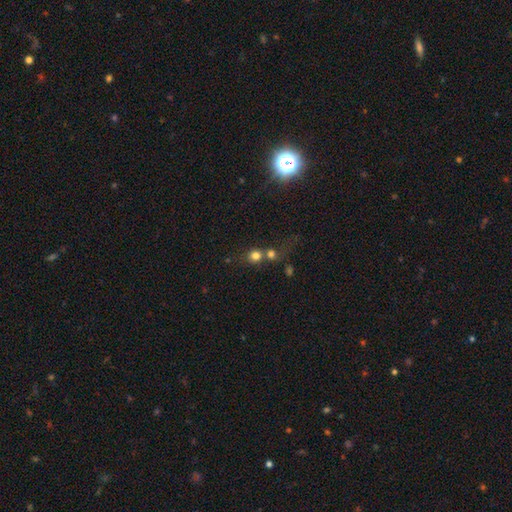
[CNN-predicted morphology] Q: Smooth or featured?
A: smooth (75%); runner-up: star or artifact (14%)
Q: How rounded?
A: round (83%); runner-up: in between (16%)
Q: Merging?
A: merger (48%); runner-up: none (39%)